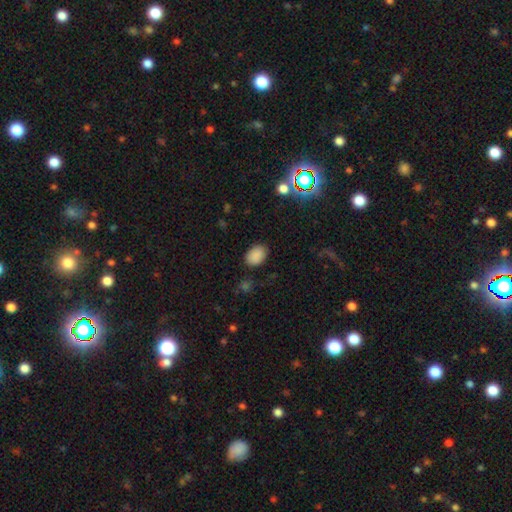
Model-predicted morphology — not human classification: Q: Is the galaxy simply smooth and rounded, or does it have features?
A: smooth — 86%.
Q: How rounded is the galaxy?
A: in between — 80%.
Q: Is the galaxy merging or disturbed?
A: none — 83%.